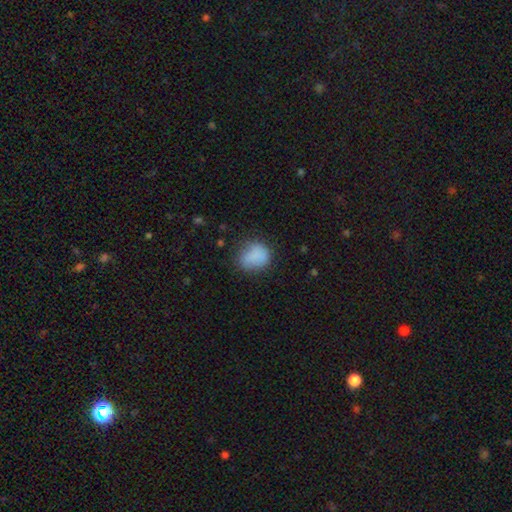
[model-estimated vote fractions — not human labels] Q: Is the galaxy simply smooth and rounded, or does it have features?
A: smooth — 82%.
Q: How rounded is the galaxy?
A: round — 62%.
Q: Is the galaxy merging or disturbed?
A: none — 62%.